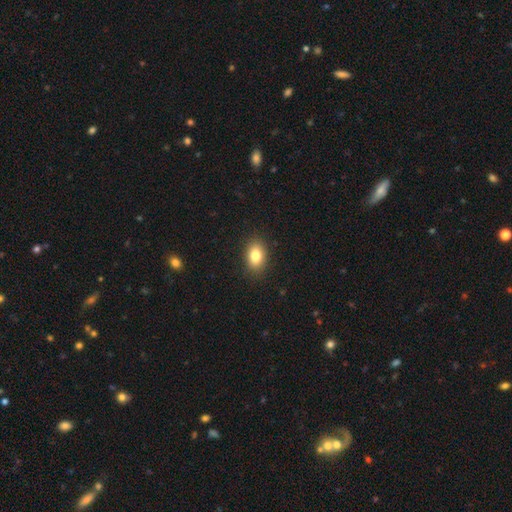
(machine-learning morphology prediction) type=smooth (83%); roundness=in between (83%); merging=none (88%).